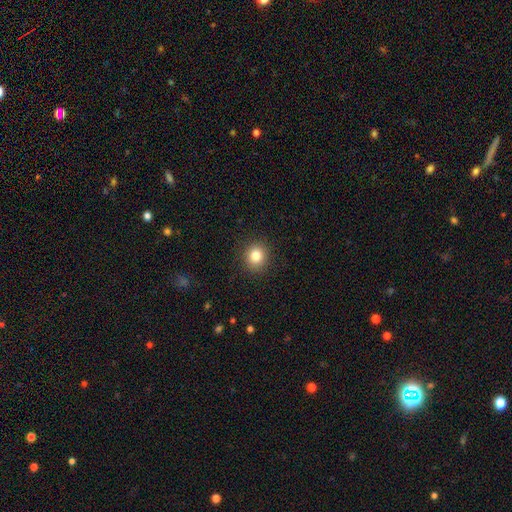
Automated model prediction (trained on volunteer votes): Overall: smooth (82%). How rounded: round (84%). Merging: none (91%).